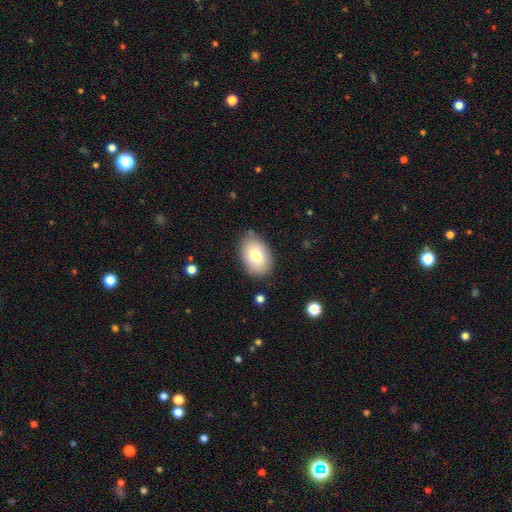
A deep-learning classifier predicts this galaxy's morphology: This is likely a smooth galaxy (77%). How rounded: clearly in between (87%). Merging: clearly none (80%).